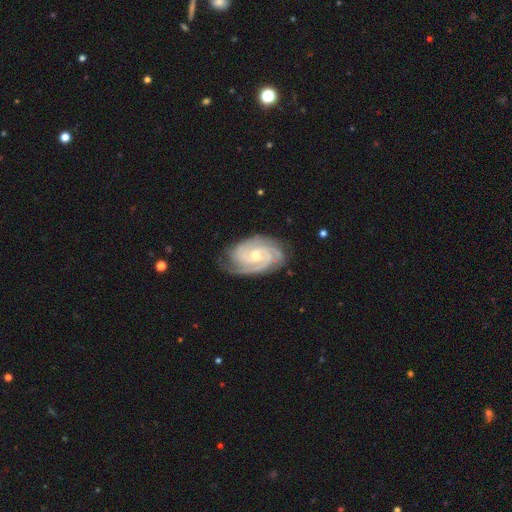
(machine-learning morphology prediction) This appears to be a featured or disk galaxy (91%) with no bar (61%), 3 (40%) tight (75%) spiral arms (99%) and a small central bulge (53%). Merging: none (79%).